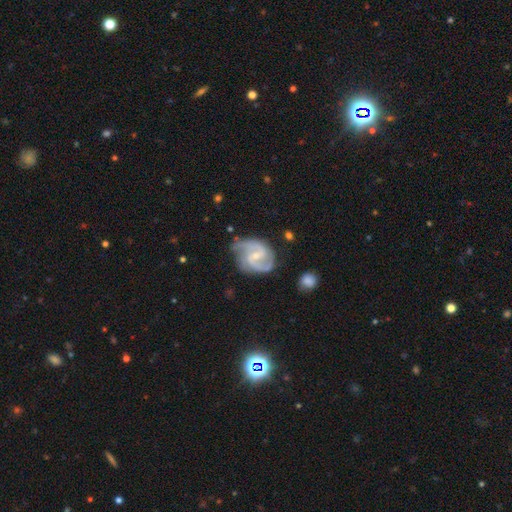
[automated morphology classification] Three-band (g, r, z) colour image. It shows a featured or disk galaxy (90%) with a weak bar (52%), 2 (80%) medium (57%) spiral arms (98%) and a small central bulge (63%). Merging: none (64%).